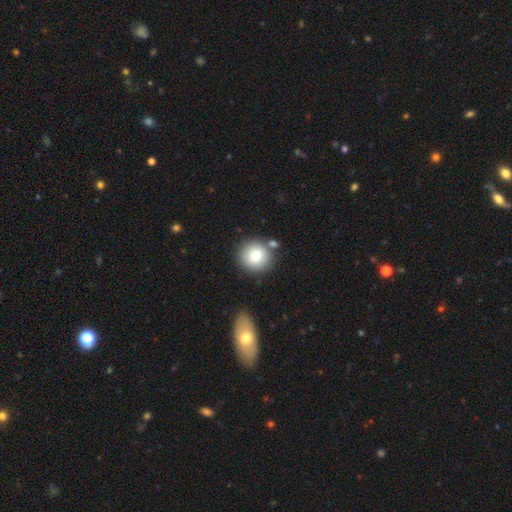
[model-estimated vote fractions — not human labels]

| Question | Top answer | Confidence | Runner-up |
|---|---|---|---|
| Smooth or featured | smooth | 82% | featured or disk (9%) |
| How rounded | round | 91% | in between (8%) |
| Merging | none | 78% | merger (10%) |